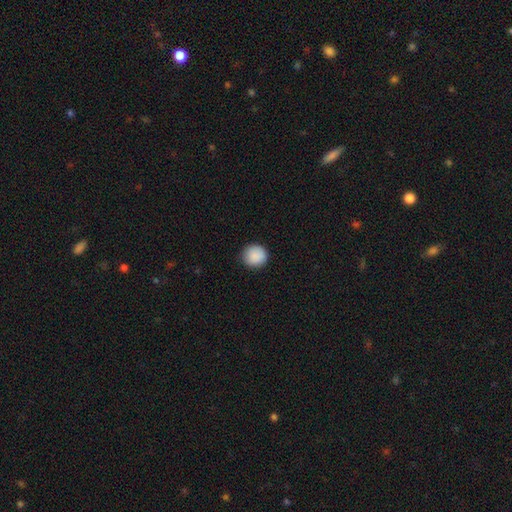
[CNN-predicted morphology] smooth 90%, star or artifact 8%, featured or disk 3%. Down the decision tree: how rounded — round (91%); merging — none (87%).